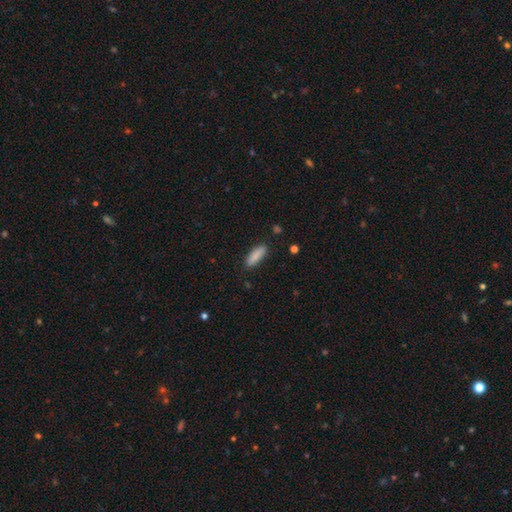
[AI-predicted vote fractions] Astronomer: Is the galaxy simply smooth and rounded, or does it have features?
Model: smooth — 88%.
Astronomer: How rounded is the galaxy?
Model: in between — 54% (runner-up: cigar-shaped, 44%).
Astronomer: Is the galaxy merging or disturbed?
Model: none — 86%.